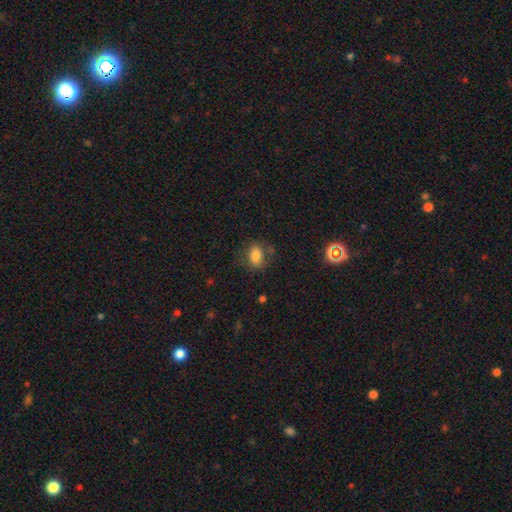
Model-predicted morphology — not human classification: Smooth or featured: smooth — 78% (featured or disk — 11%)
How rounded: in between — 73% (round — 25%)
Merging: none — 72% (minor disturbance — 18%)